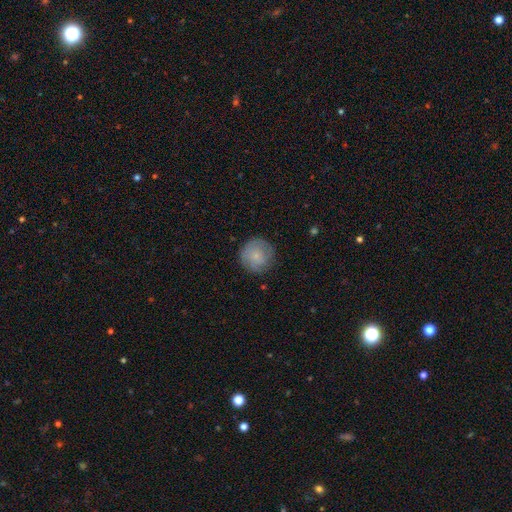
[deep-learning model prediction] Q: Smooth or featured?
A: smooth (68%); runner-up: featured or disk (24%)
Q: How rounded?
A: round (94%); runner-up: in between (5%)
Q: Merging?
A: none (78%); runner-up: minor disturbance (16%)